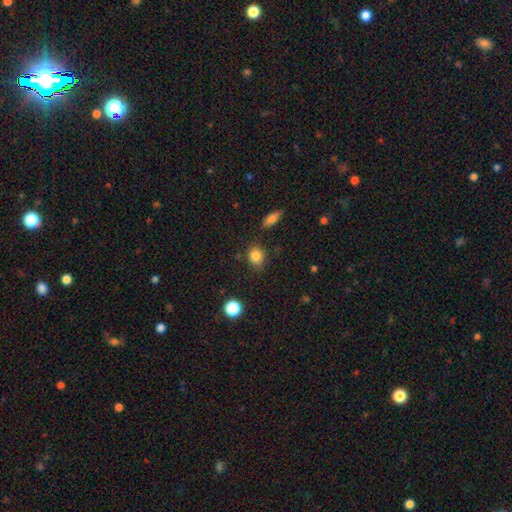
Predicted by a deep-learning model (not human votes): Smooth or featured? Predicted: smooth (p=0.84). How rounded? Predicted: round (p=0.60). Merging? Predicted: none (p=0.78).